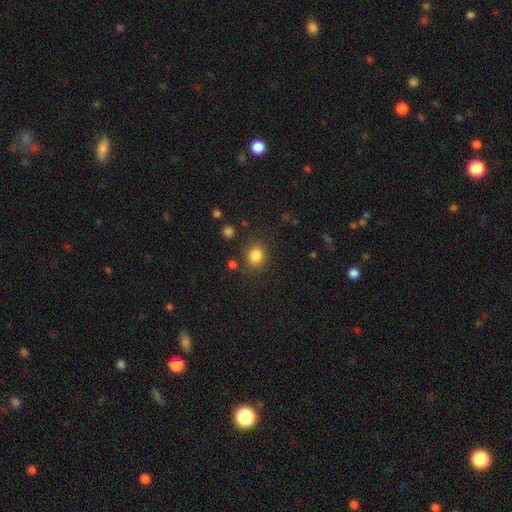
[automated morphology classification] Smooth or featured? smooth (84%)
How rounded? round (78%)
Merging? none (82%)